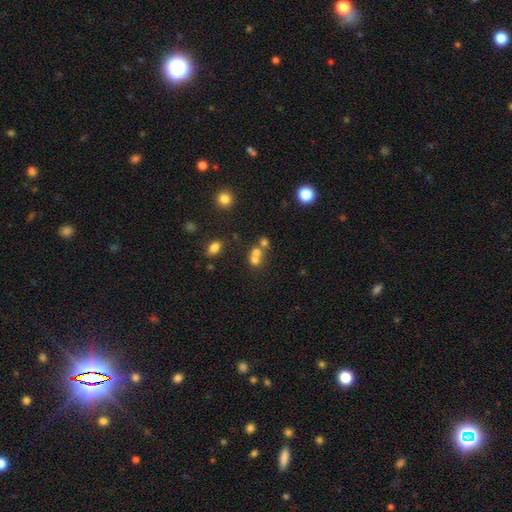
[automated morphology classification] Smooth or featured: smooth — 65% (featured or disk — 18%)
How rounded: round — 75% (in between — 23%)
Merging: merger — 58% (none — 32%)